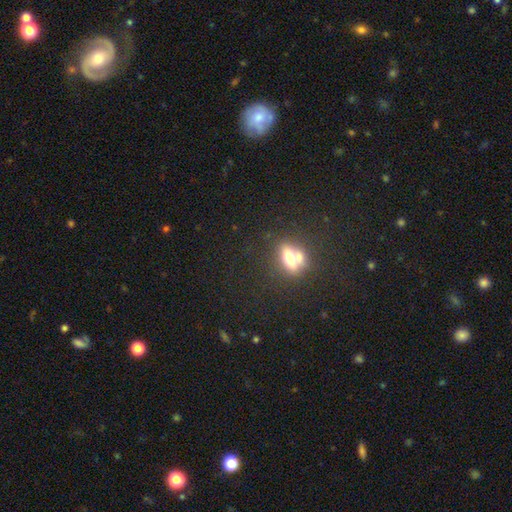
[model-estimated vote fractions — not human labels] Morphology: type=smooth (43%); merging=none (74%).